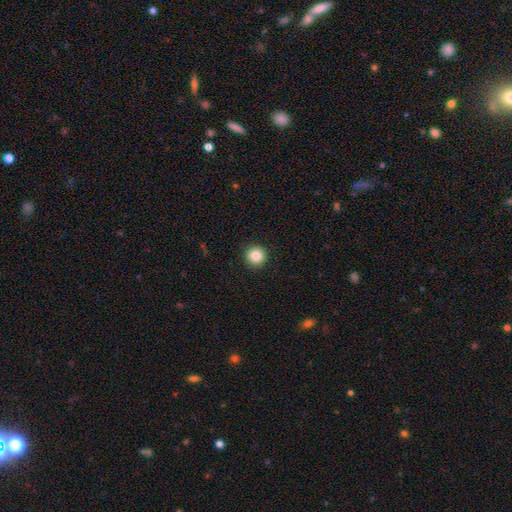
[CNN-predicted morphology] This appears to be a smooth galaxy with no disk features (85%) that is round (95%). Merging: none (93%).